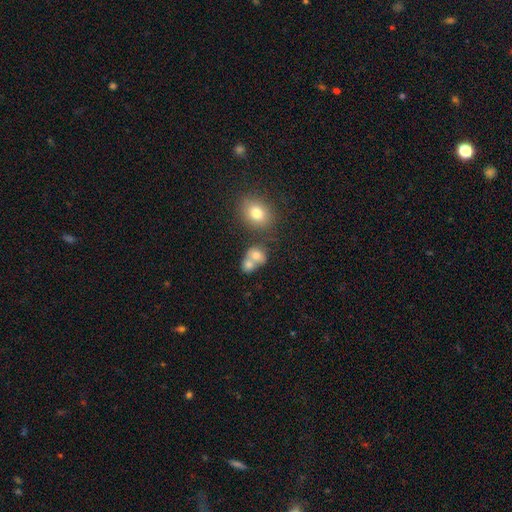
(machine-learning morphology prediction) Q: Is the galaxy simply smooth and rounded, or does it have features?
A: smooth — 73%.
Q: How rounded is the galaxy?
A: round — 57%.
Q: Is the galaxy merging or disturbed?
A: merger — 55%.